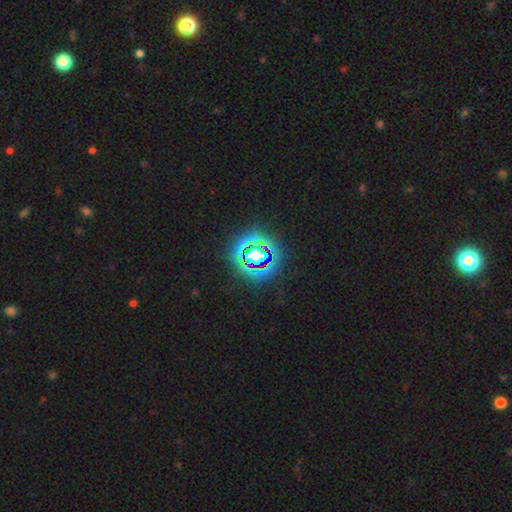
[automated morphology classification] A star or artifact, not a galaxy (67%).